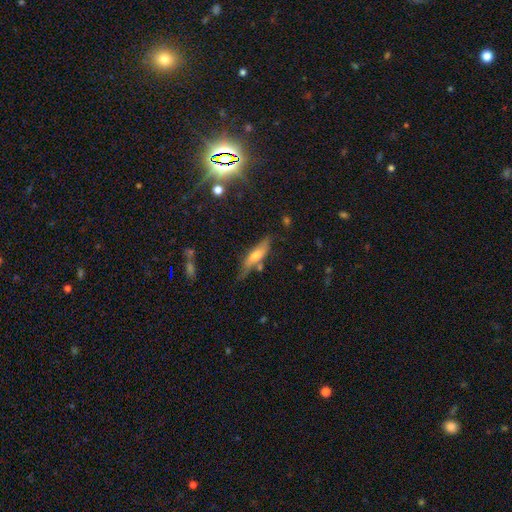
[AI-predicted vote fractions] This is possibly a smooth galaxy (51%). How rounded: likely cigar-shaped (66%). Merging: likely none (63%).